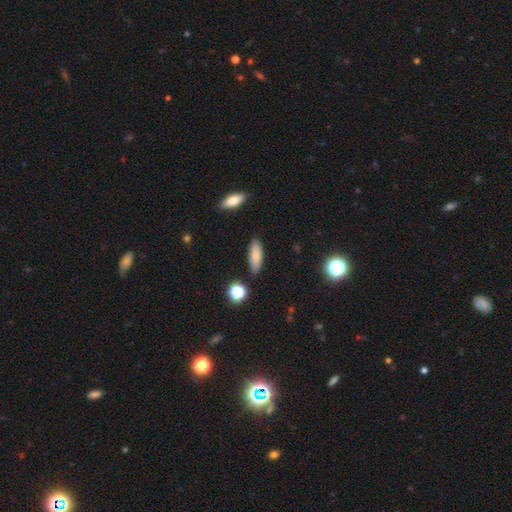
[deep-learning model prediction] smooth 81%, featured or disk 10%, star or artifact 8%. Down the decision tree: how rounded — in between (61%); merging — none (87%).